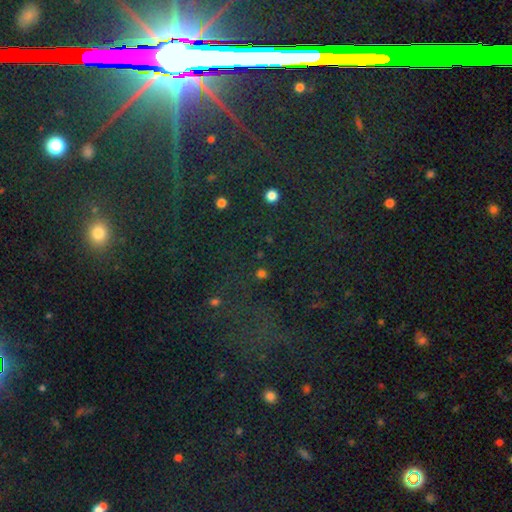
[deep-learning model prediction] smooth_or_featured: star or artifact (p=0.75) [alt: smooth p=0.13]